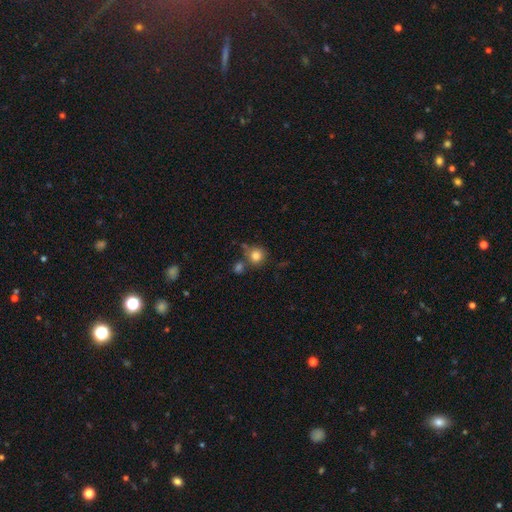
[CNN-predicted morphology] A smooth galaxy with no disk features (81%) that is round (86%). Merging: none (62%).